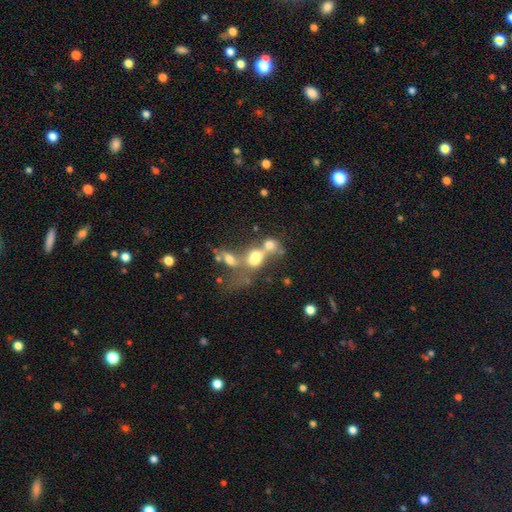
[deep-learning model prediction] The model was most divided on "how rounded": in between: 63%, round: 32%, cigar-shaped: 5%. More confident: merging — merger (65%); smooth or featured — smooth (59%).